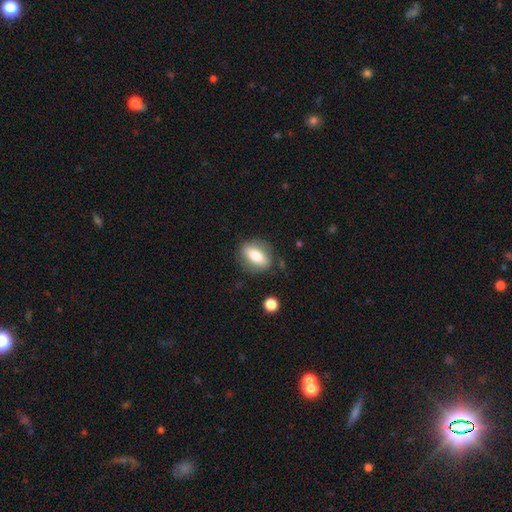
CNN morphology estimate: The model was most divided on "smooth or featured": smooth: 70%, featured or disk: 22%, star or artifact: 7%. More confident: merging — none (81%); how rounded — in between (77%).